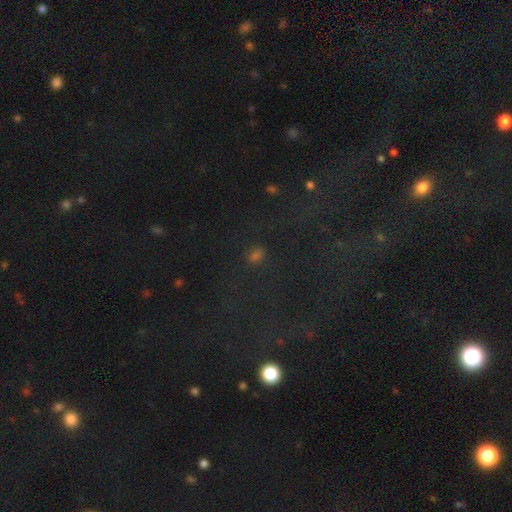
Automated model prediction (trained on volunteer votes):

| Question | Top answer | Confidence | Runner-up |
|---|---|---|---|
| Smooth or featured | smooth | 51% | star or artifact (41%) |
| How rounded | in between | 73% | round (23%) |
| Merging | none | 74% | minor disturbance (14%) |